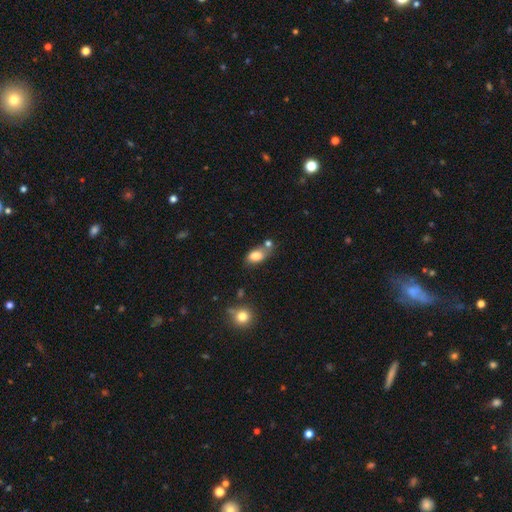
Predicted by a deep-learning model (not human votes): smooth_or_featured: smooth (p=0.81) [alt: featured or disk p=0.10]
how_rounded: in between (p=0.86) [alt: round p=0.12]
merging: none (p=0.50) [alt: merger p=0.24]